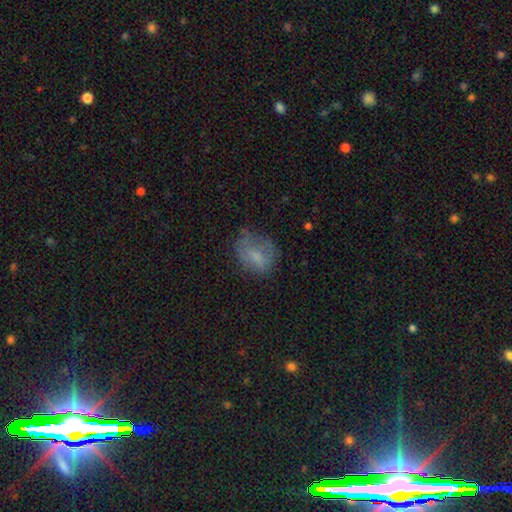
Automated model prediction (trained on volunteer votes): A smooth galaxy with no disk features (66%) that is in between round and cigar-shaped (51%). Merging: none (53%).